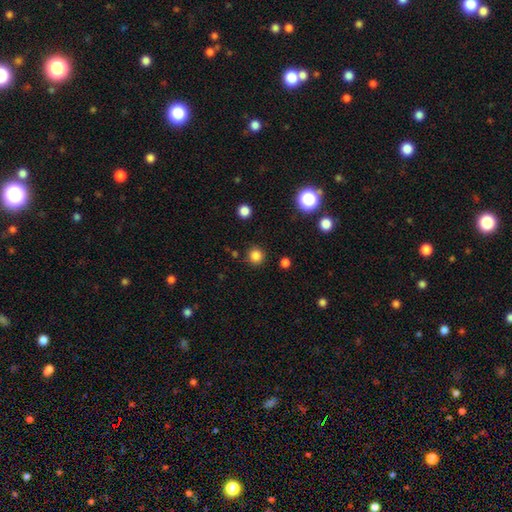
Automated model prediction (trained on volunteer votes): A smooth galaxy with no disk features (83%) that is round (93%).

Vote fractions:
- Smooth or featured? smooth: 83% / star or artifact: 14% / featured or disk: 4%
- How rounded? round: 93% / in between: 6% / cigar-shaped: 1%
- Merging? none: 88% / minor disturbance: 7% / major disturbance: 3% / merger: 2%